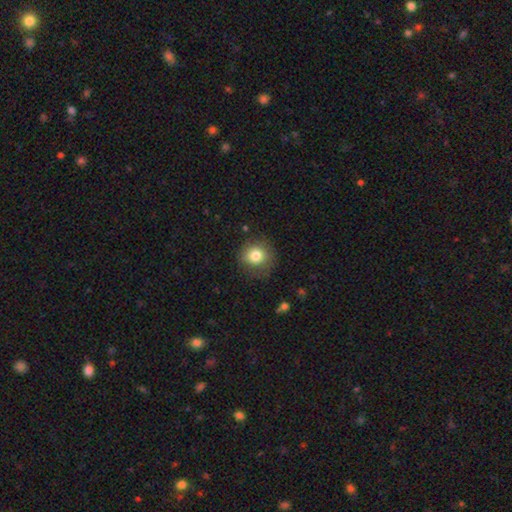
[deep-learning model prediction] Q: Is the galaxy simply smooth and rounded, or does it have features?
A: smooth — 81%.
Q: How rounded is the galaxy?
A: round — 88%.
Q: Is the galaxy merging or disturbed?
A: none — 80%.